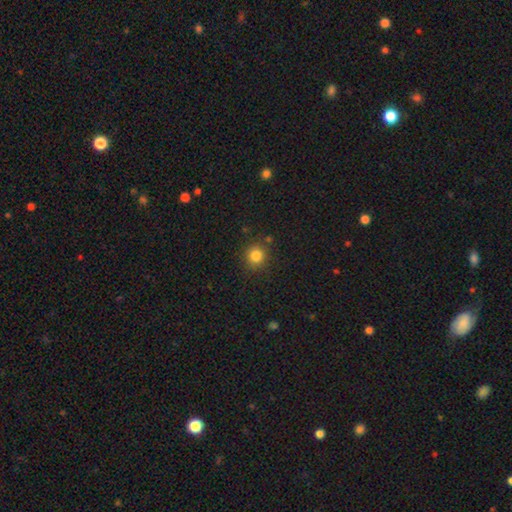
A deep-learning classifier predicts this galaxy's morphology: smooth 83%, star or artifact 12%, featured or disk 5%. Down the decision tree: how rounded — round (90%); merging — none (85%).